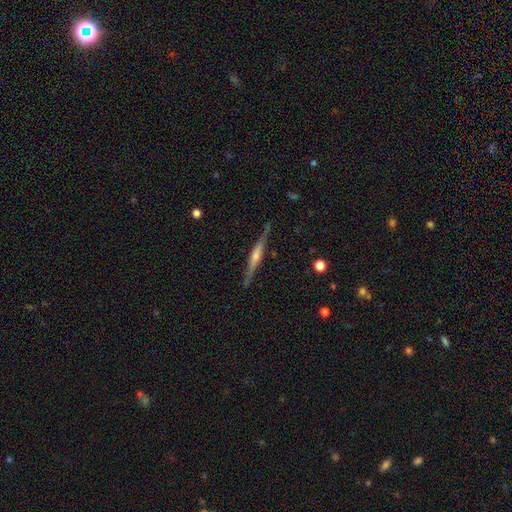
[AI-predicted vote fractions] Smooth or featured? Predicted: featured or disk (p=0.77). Edge-on disk? Predicted: yes (p=0.98). Edge-on bulge? Predicted: rounded (p=0.64). Merging? Predicted: none (p=0.88).